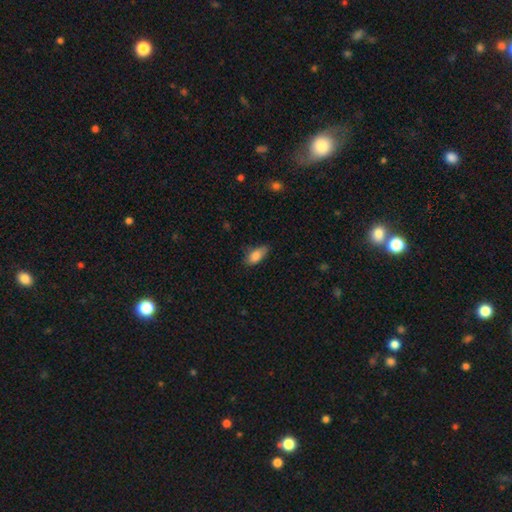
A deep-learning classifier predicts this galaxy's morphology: This appears to be a smooth galaxy with no disk features (85%) that is in between round and cigar-shaped (88%). Merging: none (64%).